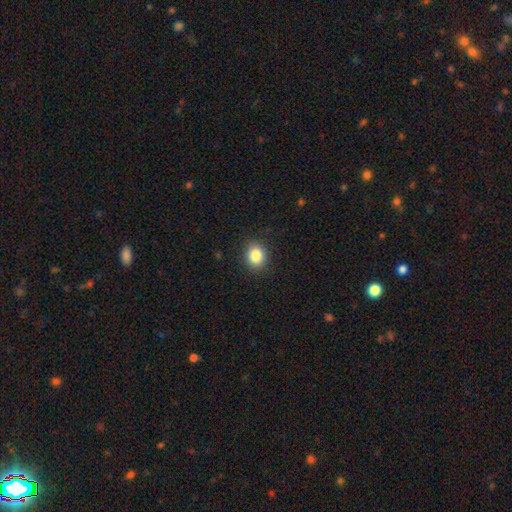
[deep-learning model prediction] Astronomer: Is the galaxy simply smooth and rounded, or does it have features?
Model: smooth — 85%.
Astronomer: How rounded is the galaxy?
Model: round — 63%.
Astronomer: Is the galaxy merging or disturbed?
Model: none — 89%.